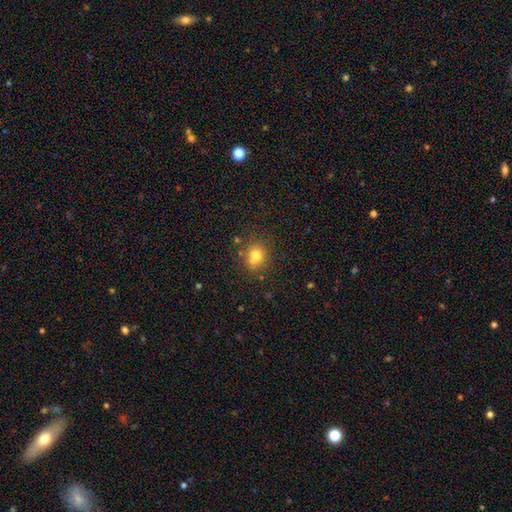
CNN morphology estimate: Overall: smooth (75%). How rounded: round (77%). Merging: none (68%).